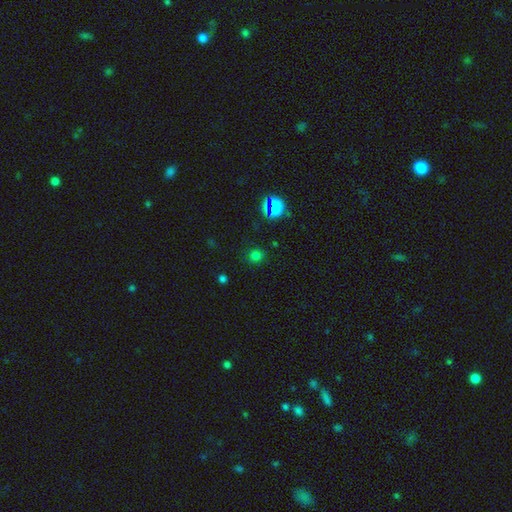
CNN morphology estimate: smooth 70%, star or artifact 25%, featured or disk 5%. Down the decision tree: how rounded — round (87%); merging — none (86%).